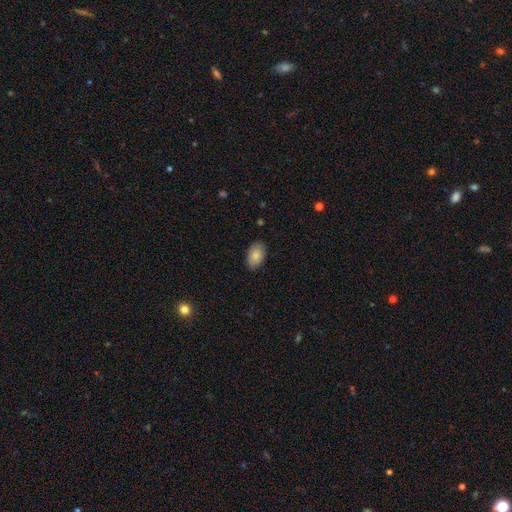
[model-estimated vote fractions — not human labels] Smooth or featured? smooth (86%)
How rounded? in between (92%)
Merging? none (88%)